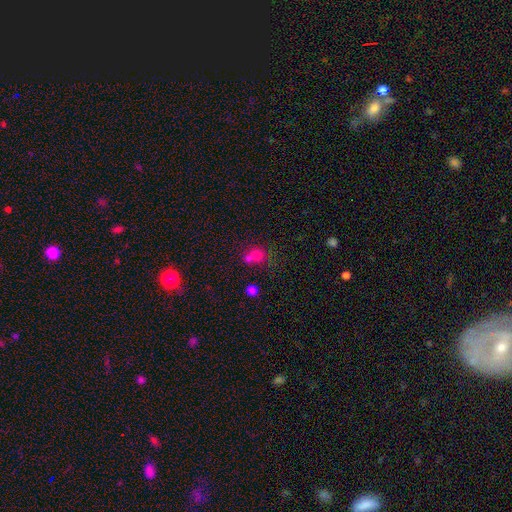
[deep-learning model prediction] smooth_or_featured: smooth (p=0.71) [alt: star or artifact p=0.17]
how_rounded: round (p=0.79) [alt: in between p=0.20]
merging: merger (p=0.51) [alt: none p=0.37]